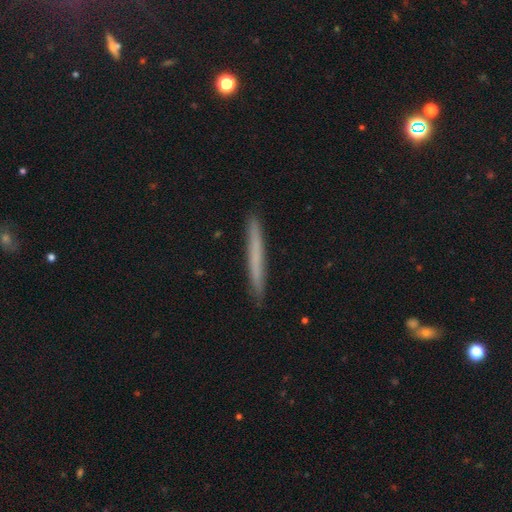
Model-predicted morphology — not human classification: This is possibly a smooth galaxy (59%). How rounded: clearly cigar-shaped (97%). Merging: clearly none (91%).